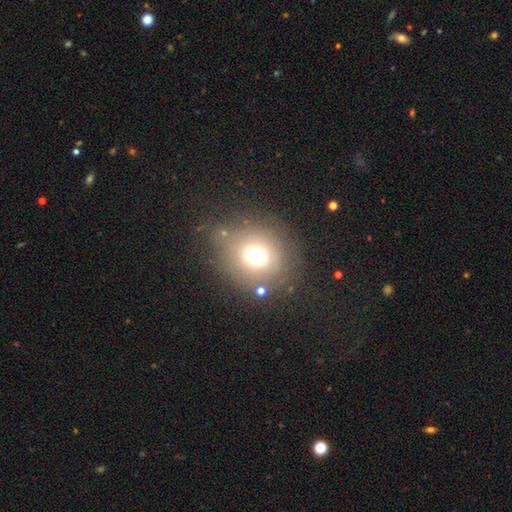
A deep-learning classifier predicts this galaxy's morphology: Smooth or featured? Predicted: smooth (p=0.68). How rounded? Predicted: round (p=0.85). Merging? Predicted: none (p=0.72).